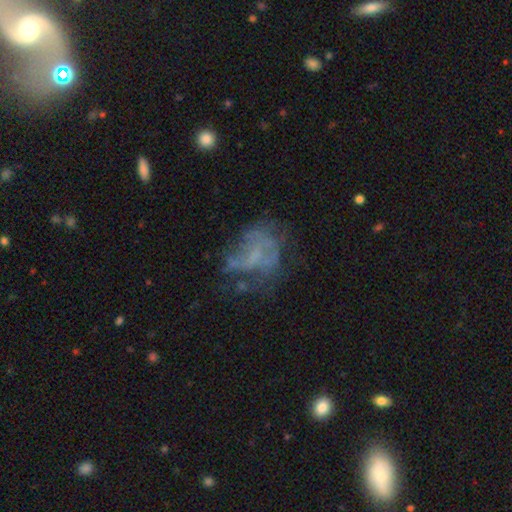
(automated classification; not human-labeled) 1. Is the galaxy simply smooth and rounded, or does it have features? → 58% featured or disk, 26% smooth, 17% star or artifact.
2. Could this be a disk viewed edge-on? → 98% no, 2% yes.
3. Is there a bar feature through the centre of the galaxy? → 76% no, 19% weak, 5% strong.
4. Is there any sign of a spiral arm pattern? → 65% no, 35% yes.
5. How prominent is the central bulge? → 65% none, 23% small, 9% moderate, 2% large, 1% dominant.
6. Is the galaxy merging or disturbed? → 40% none, 35% major disturbance, 21% minor disturbance, 5% merger.